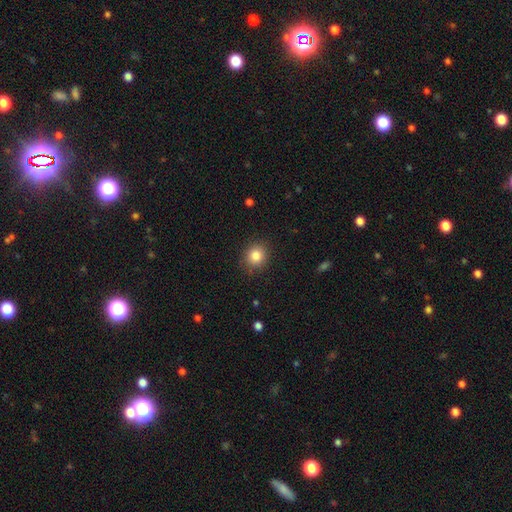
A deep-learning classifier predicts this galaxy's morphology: smooth 84%, star or artifact 10%, featured or disk 6%. Down the decision tree: how rounded — round (83%); merging — none (87%).